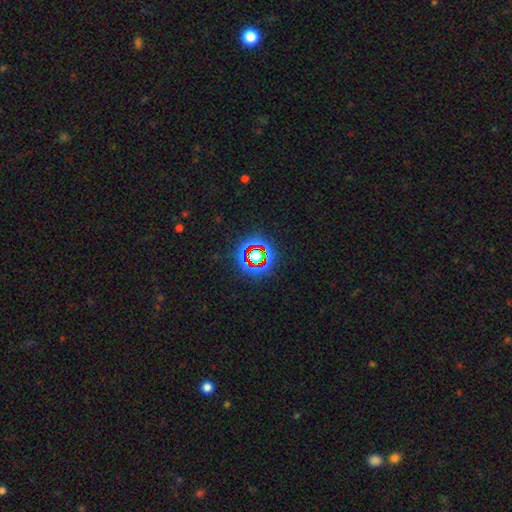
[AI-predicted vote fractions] This is likely a star or artifact rather than a galaxy (70%).